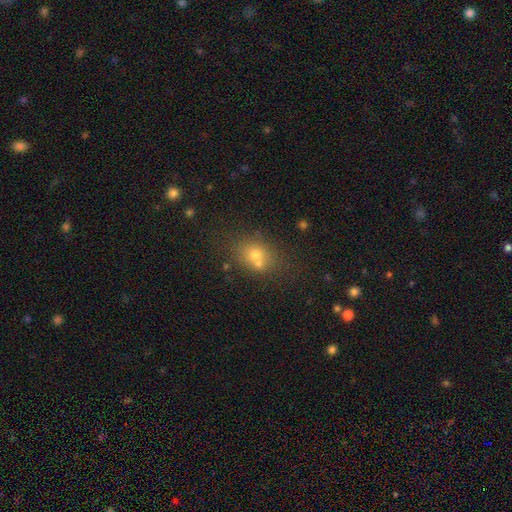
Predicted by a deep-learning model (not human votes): Overall: smooth (65%). How rounded: round (57%; in between 41%). Merging: none (49%; merger 36%).